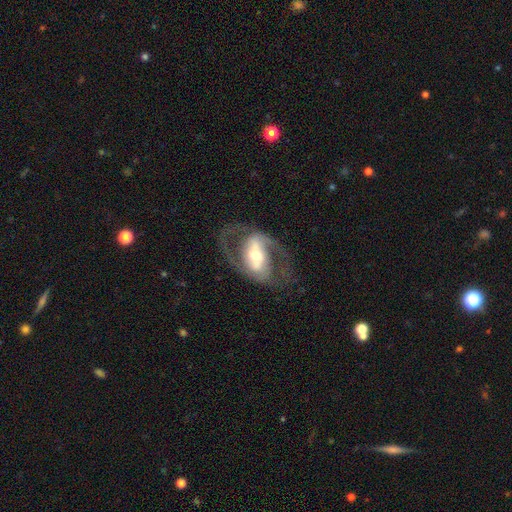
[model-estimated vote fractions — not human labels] smooth_or_featured: featured or disk (p=0.85) [alt: smooth p=0.10]
disk_edge_on: no (p=0.95) [alt: yes p=0.05]
bar: strong (p=0.51) [alt: weak p=0.33]
has_spiral_arms: yes (p=0.87) [alt: no p=0.13]
spiral_winding: medium (p=0.56) [alt: loose p=0.26]
spiral_arm_count: 2 (p=0.89) [alt: can't tell p=0.05]
bulge_size: moderate (p=0.60) [alt: small p=0.19]
merging: none (p=0.69) [alt: major disturbance p=0.15]